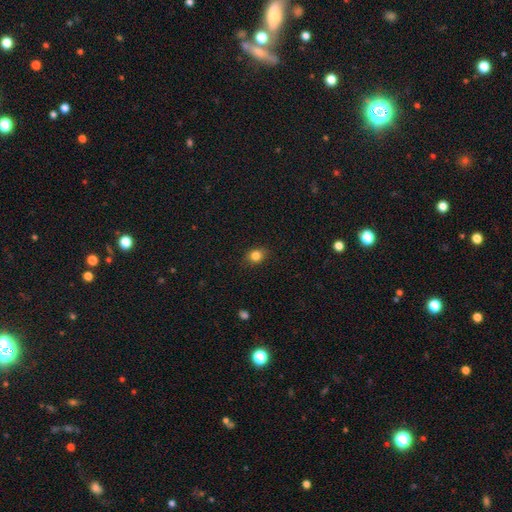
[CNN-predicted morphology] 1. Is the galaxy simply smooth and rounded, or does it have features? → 83% smooth, 11% star or artifact, 6% featured or disk.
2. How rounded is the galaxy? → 62% round, 37% in between, 1% cigar-shaped.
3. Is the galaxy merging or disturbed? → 85% none, 11% minor disturbance, 3% major disturbance, 1% merger.